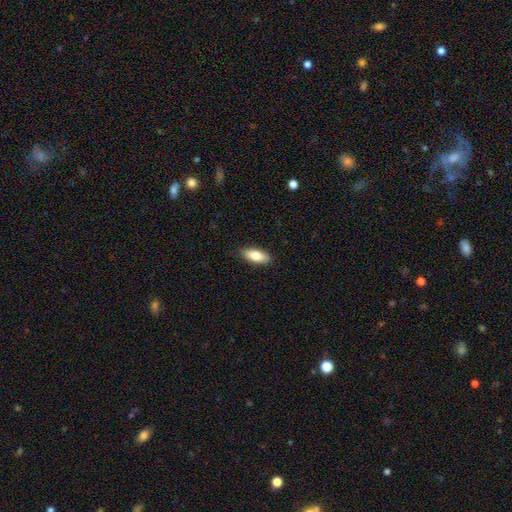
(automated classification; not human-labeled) This appears to be a smooth galaxy with no disk features (79%) that is in between round and cigar-shaped (80%). Merging: none (89%).